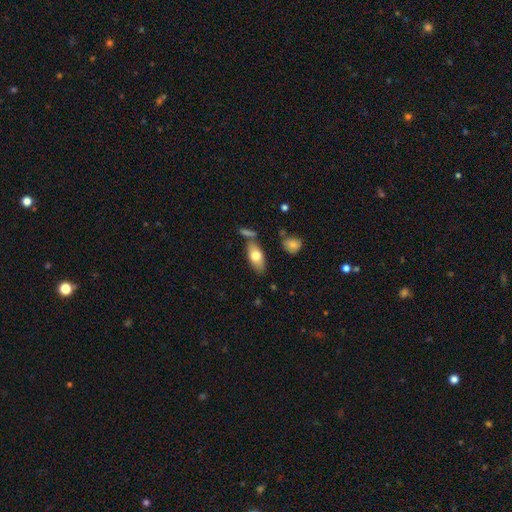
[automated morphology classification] smooth_or_featured: smooth (p=0.71) [alt: featured or disk p=0.23]
how_rounded: in between (p=0.85) [alt: cigar-shaped p=0.12]
merging: none (p=0.68) [alt: minor disturbance p=0.17]